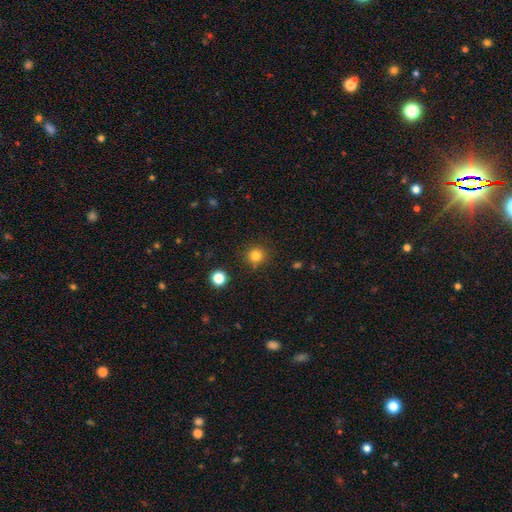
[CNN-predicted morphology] This appears to be a smooth galaxy with no disk features (81%) that is round (93%). Merging: none (85%).